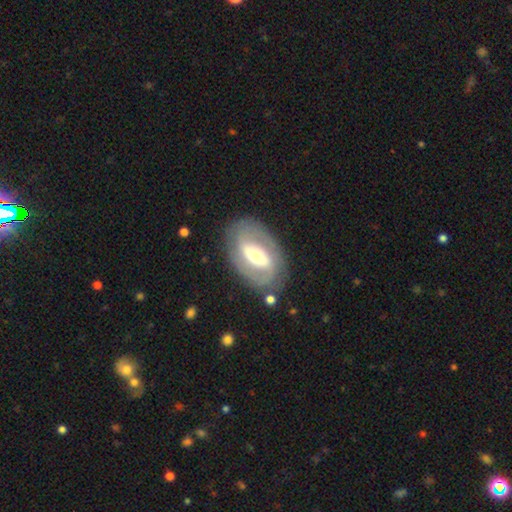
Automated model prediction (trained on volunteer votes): smooth-or-featured: featured or disk: 75% | smooth: 20% | star or artifact: 5%
  disk-edge-on: no: 94% | yes: 6%
    bar: strong: 47% | weak: 33% | no: 20%
    has-spiral-arms: yes: 76% | no: 24%
      spiral-winding: tight: 46% | medium: 38% | loose: 16%
      spiral-arm-count: 2: 78% | can't tell: 13% | 1: 3% | 3: 3% | 4: 1% | more than 4: 1%
    bulge-size: moderate: 51% | small: 35% | large: 10% | dominant: 2% | none: 1%
  merging: none: 80% | minor disturbance: 12% | major disturbance: 6% | merger: 2%